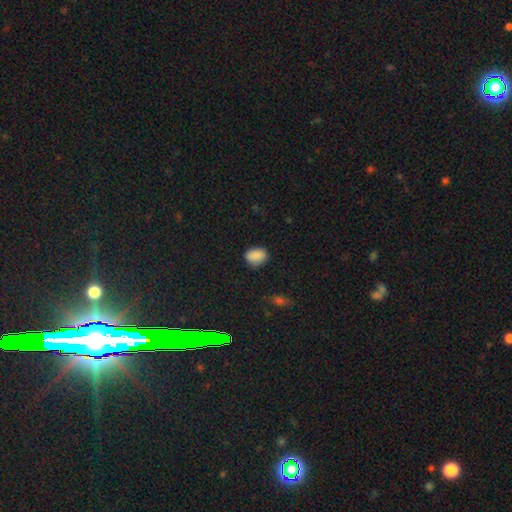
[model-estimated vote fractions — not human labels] This is clearly a smooth galaxy (88%). How rounded: likely in between (65%). Merging: clearly none (80%).